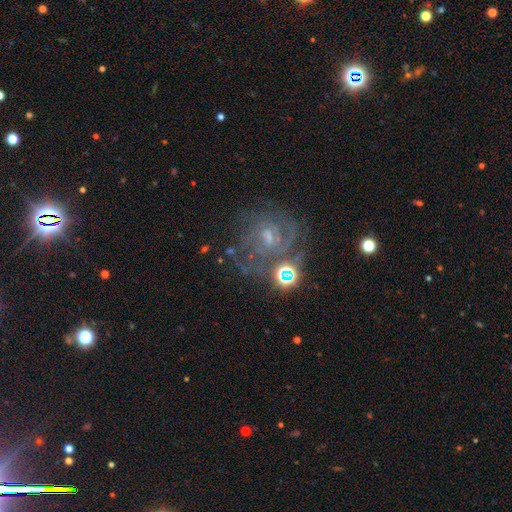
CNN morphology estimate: smooth-or-featured: featured or disk: 54% | star or artifact: 27% | smooth: 19%
  disk-edge-on: no: 96% | yes: 4%
    bar: no: 66% | weak: 27% | strong: 7%
    has-spiral-arms: yes: 79% | no: 21%
    bulge-size: small: 63% | moderate: 29% | none: 5% | large: 2% | dominant: 2%
  merging: none: 67% | minor disturbance: 14% | merger: 10% | major disturbance: 9%